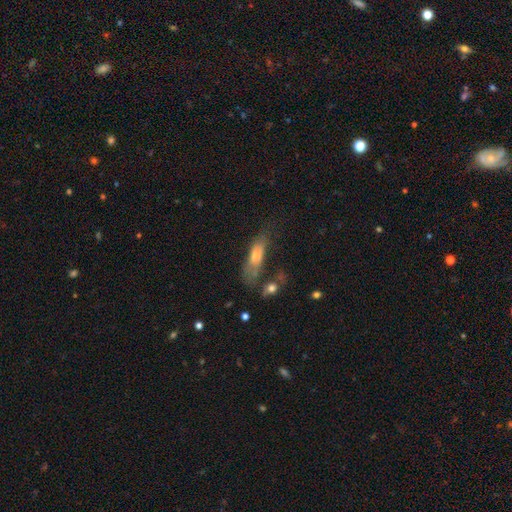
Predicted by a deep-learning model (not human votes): Smooth or featured? Predicted: smooth (p=0.54). How rounded? Predicted: cigar-shaped (p=0.49). Merging? Predicted: none (p=0.42).